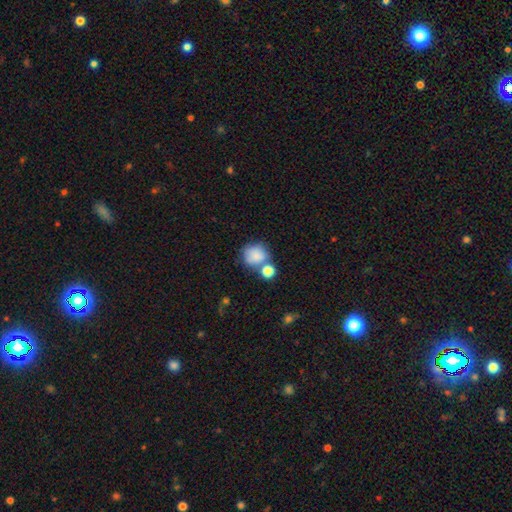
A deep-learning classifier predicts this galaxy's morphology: Overall: smooth (79%). How rounded: round (77%). Merging: none (48%; merger 30%).